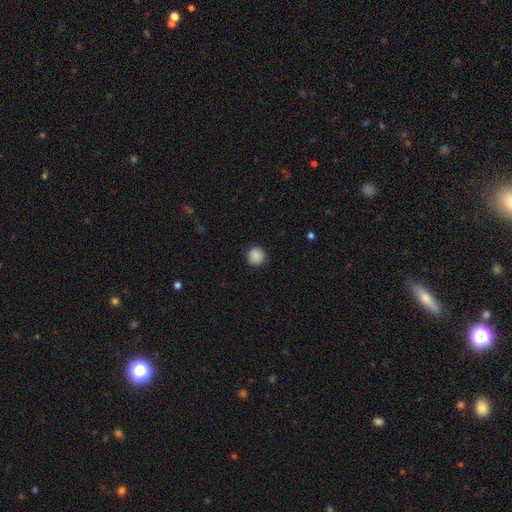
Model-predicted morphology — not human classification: Smooth or featured? Predicted: smooth (p=0.88). How rounded? Predicted: round (p=0.95). Merging? Predicted: none (p=0.91).